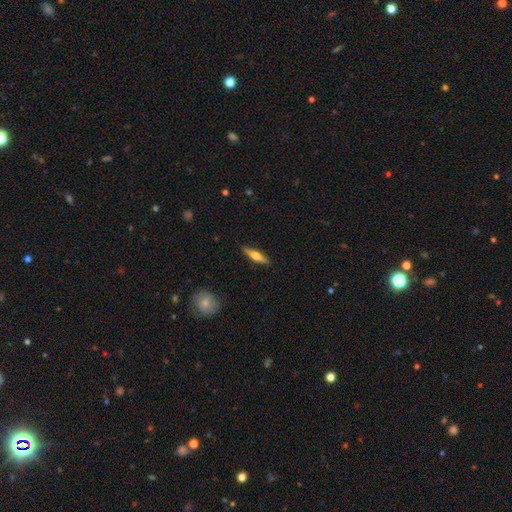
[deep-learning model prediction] Smooth or featured? featured or disk (51%)
Edge-on disk? yes (94%)
Merging? none (89%)